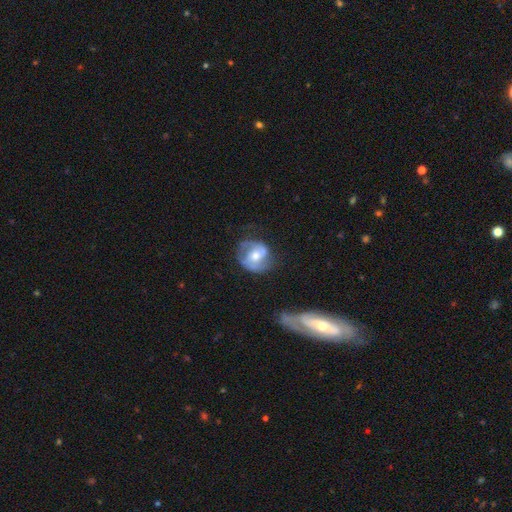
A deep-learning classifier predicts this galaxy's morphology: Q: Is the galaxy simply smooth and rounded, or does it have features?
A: featured or disk — 71%.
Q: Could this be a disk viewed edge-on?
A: no — 97%.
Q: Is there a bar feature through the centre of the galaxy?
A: no — 53%.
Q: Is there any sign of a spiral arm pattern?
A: yes — 85%.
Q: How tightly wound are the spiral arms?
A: medium — 46%.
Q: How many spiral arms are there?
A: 2 — 73%.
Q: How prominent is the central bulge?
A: moderate — 68%.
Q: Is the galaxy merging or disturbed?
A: none — 59%.